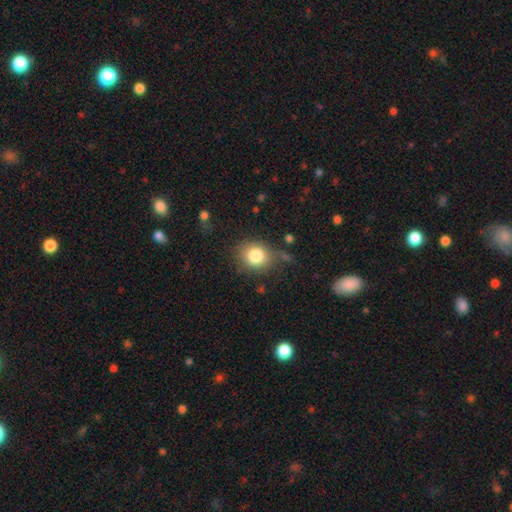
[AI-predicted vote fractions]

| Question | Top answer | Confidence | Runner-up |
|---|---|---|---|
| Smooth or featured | smooth | 81% | star or artifact (10%) |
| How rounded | round | 71% | in between (28%) |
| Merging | none | 67% | minor disturbance (21%) |